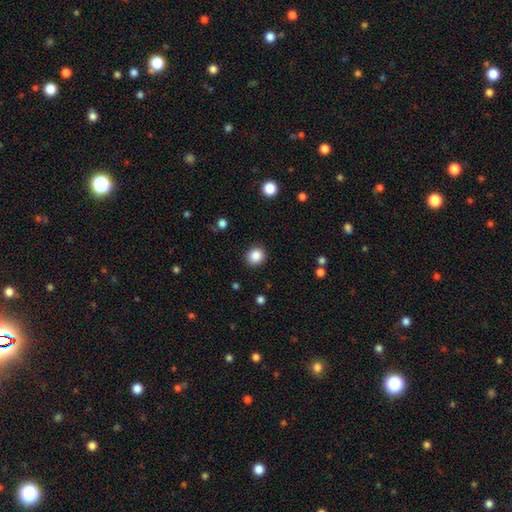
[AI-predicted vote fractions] The model was most divided on "how rounded": round: 85%, in between: 14%, cigar-shaped: 1%. More confident: merging — none (91%); smooth or featured — smooth (87%).